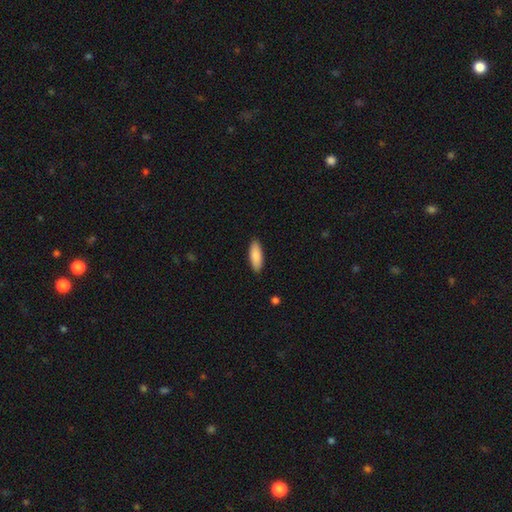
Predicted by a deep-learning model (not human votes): Smooth or featured? smooth (88%)
How rounded? in between (67%)
Merging? none (89%)